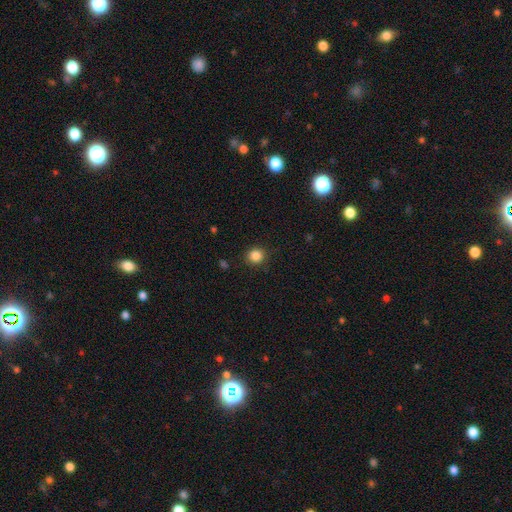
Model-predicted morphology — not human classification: Smooth or featured? smooth (85%)
How rounded? round (91%)
Merging? none (89%)